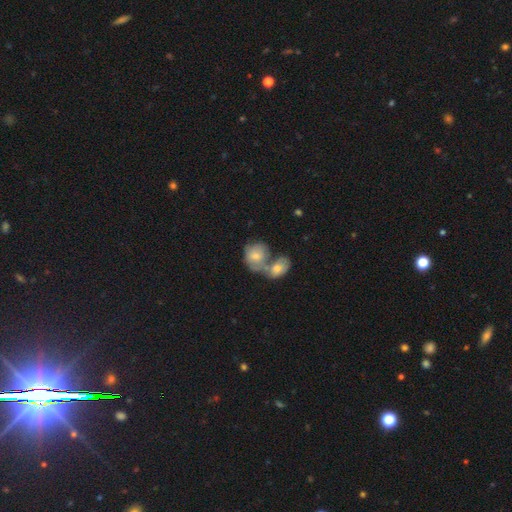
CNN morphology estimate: A smooth galaxy with no disk features (67%) that is round (51%). Merging: merger (67%).